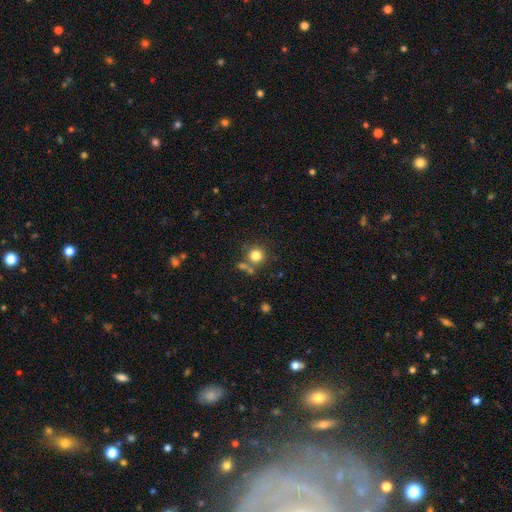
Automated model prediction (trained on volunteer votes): This is clearly a smooth galaxy (81%). How rounded: clearly round (92%). Merging: likely none (71%).